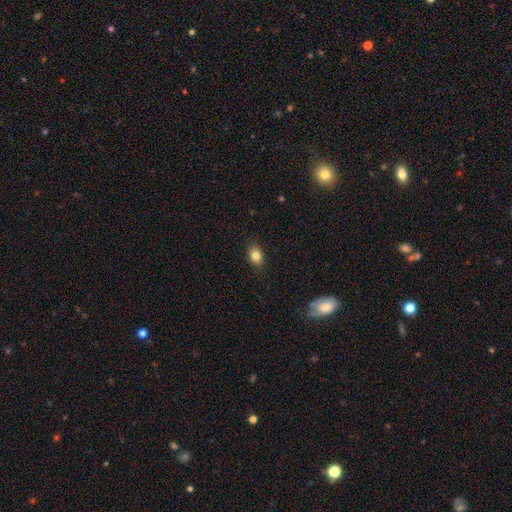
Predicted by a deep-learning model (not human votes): Q: Smooth or featured?
A: smooth (83%); runner-up: star or artifact (9%)
Q: How rounded?
A: in between (80%); runner-up: round (18%)
Q: Merging?
A: none (87%); runner-up: minor disturbance (10%)